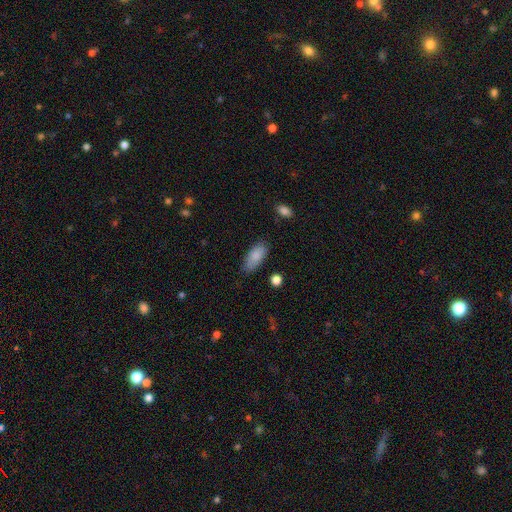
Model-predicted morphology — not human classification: A smooth galaxy with no disk features (86%) that is in between round and cigar-shaped (86%).

Vote fractions:
- Smooth or featured? smooth: 86% / featured or disk: 8% / star or artifact: 7%
- How rounded? in between: 86% / cigar-shaped: 12% / round: 2%
- Merging? none: 74% / minor disturbance: 20% / major disturbance: 4% / merger: 2%